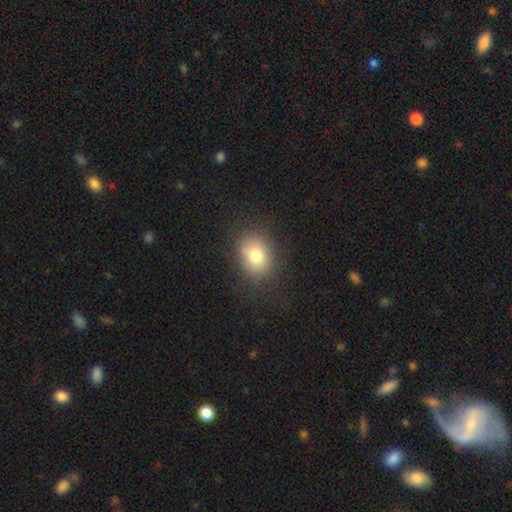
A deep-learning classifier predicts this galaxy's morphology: Q: Smooth or featured?
A: smooth (80%); runner-up: star or artifact (10%)
Q: How rounded?
A: in between (60%); runner-up: round (39%)
Q: Merging?
A: none (82%); runner-up: minor disturbance (12%)